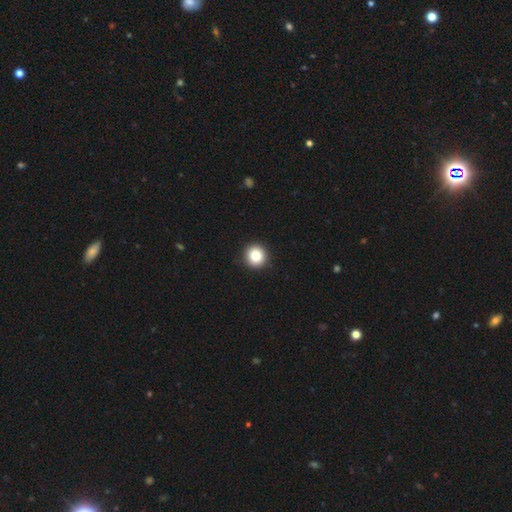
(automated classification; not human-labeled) This is clearly a smooth galaxy (84%). How rounded: clearly round (92%). Merging: clearly none (93%).